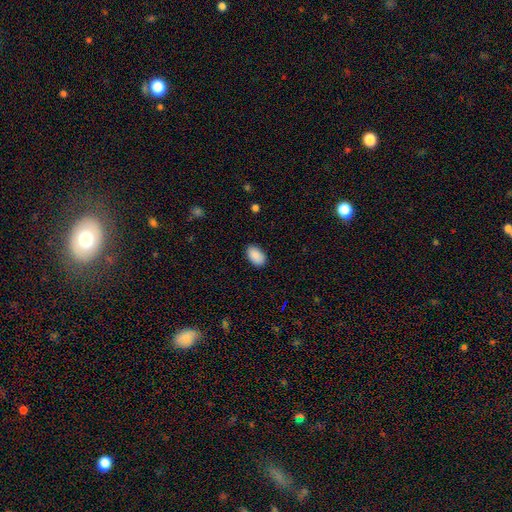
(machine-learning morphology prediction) type=smooth (91%); roundness=in between (94%); merging=none (87%).